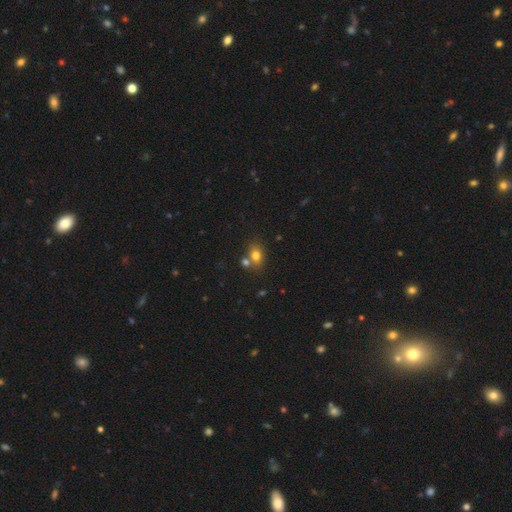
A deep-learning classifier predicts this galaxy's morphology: Smooth or featured? Predicted: smooth (p=0.77). How rounded? Predicted: in between (p=0.63). Merging? Predicted: none (p=0.57).